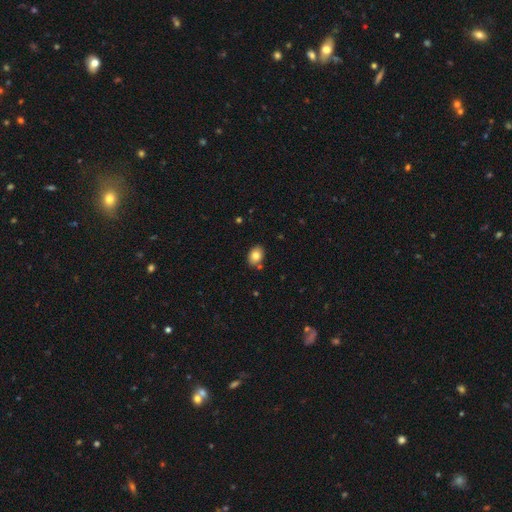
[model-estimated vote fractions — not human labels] Morphology: type=smooth (80%); roundness=in between (72%); merging=none (81%).